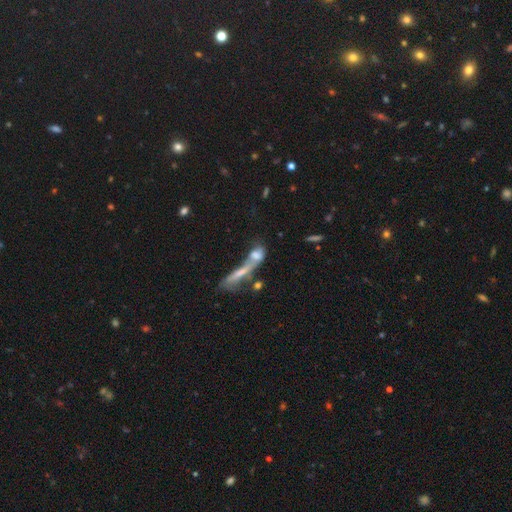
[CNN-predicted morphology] smooth-or-featured: smooth: 47% | featured or disk: 38% | star or artifact: 15%
  merging: merger: 54% | none: 23% | major disturbance: 13% | minor disturbance: 10%